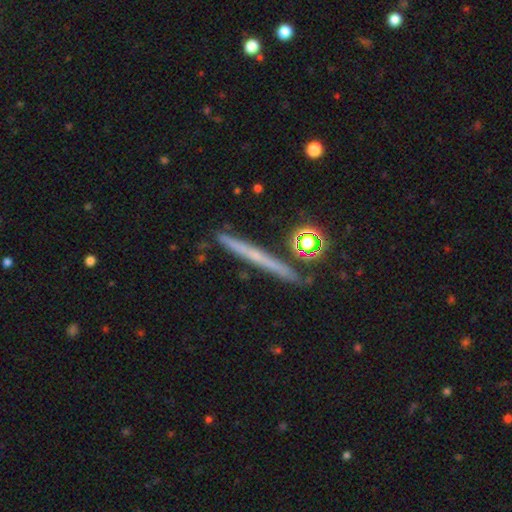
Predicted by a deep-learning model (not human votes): Q: Smooth or featured?
A: featured or disk (53%); runner-up: smooth (34%)
Q: Edge-on disk?
A: yes (93%); runner-up: no (7%)
Q: Merging?
A: none (82%); runner-up: minor disturbance (11%)